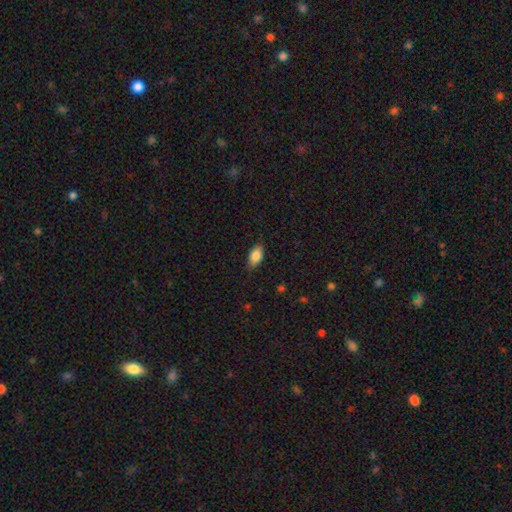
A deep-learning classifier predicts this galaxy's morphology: smooth 83%, featured or disk 10%, star or artifact 7%. Down the decision tree: how rounded — in between (90%); merging — none (82%).